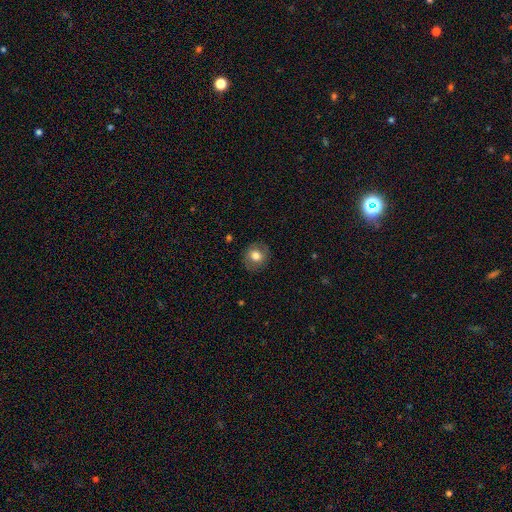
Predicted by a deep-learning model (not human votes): Smooth or featured: smooth — 71% (featured or disk — 20%)
How rounded: round — 82% (in between — 17%)
Merging: none — 85% (minor disturbance — 11%)